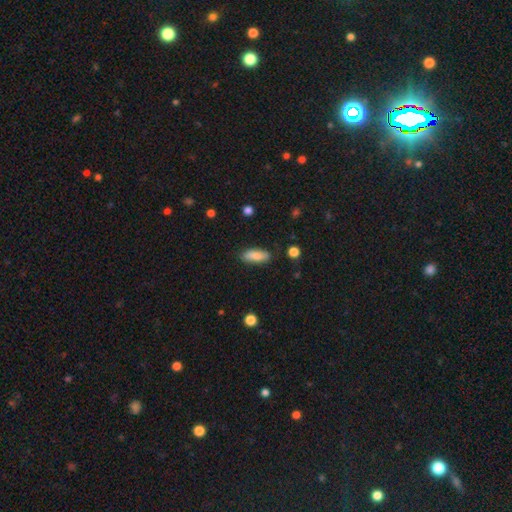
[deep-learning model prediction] Overall: smooth (79%). How rounded: in between (68%; cigar-shaped 29%). Merging: none (82%).